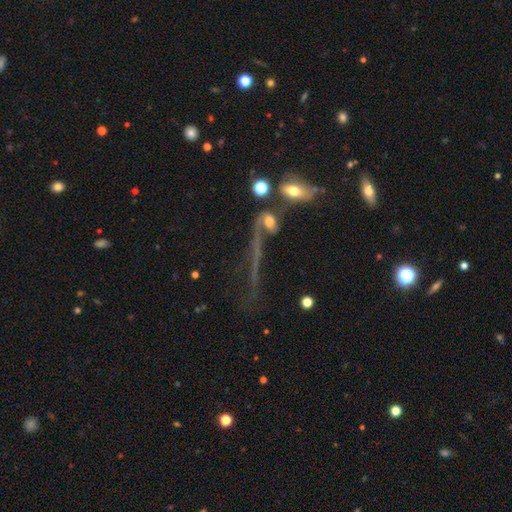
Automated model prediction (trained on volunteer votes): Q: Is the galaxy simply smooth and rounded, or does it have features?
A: featured or disk — 41%.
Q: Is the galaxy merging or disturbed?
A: none — 45%.